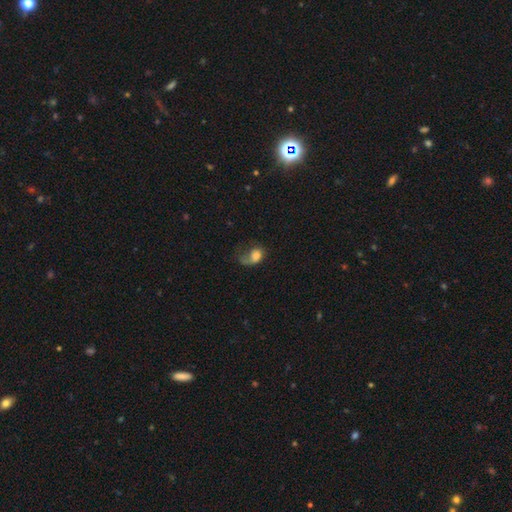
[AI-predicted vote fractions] A smooth galaxy with no disk features (60%) that is in between round and cigar-shaped (58%).

Vote fractions:
- Smooth or featured? smooth: 60% / featured or disk: 31% / star or artifact: 9%
- How rounded? in between: 58% / round: 40% / cigar-shaped: 2%
- Merging? major disturbance: 54% / none: 23% / minor disturbance: 19% / merger: 4%